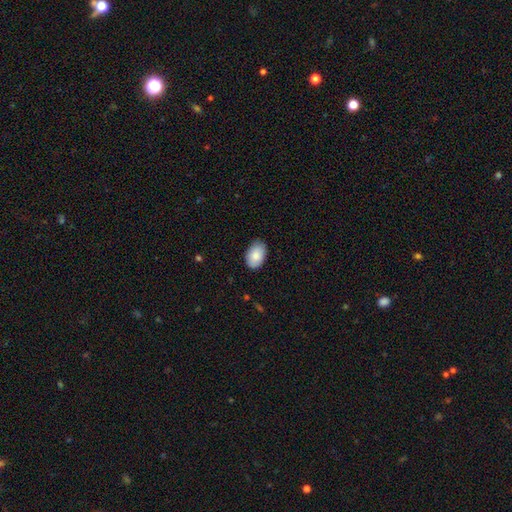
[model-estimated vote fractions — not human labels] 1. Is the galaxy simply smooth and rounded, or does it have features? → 87% smooth, 7% featured or disk, 6% star or artifact.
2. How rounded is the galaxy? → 91% in between, 8% round, 1% cigar-shaped.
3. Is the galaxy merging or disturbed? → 86% none, 11% minor disturbance, 2% major disturbance, 1% merger.